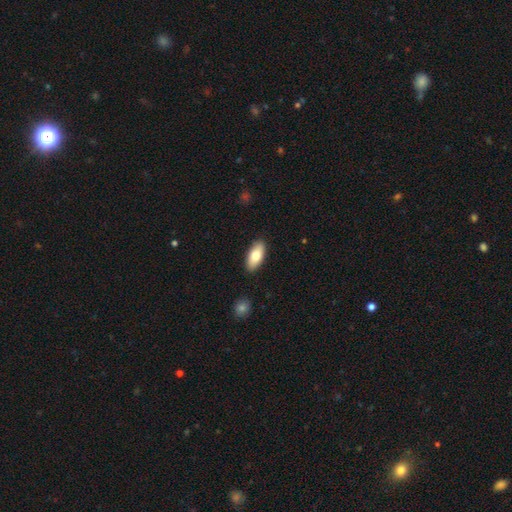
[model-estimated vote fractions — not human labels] Q: Smooth or featured?
A: smooth (77%); runner-up: featured or disk (17%)
Q: How rounded?
A: in between (89%); runner-up: cigar-shaped (9%)
Q: Merging?
A: none (89%); runner-up: minor disturbance (8%)